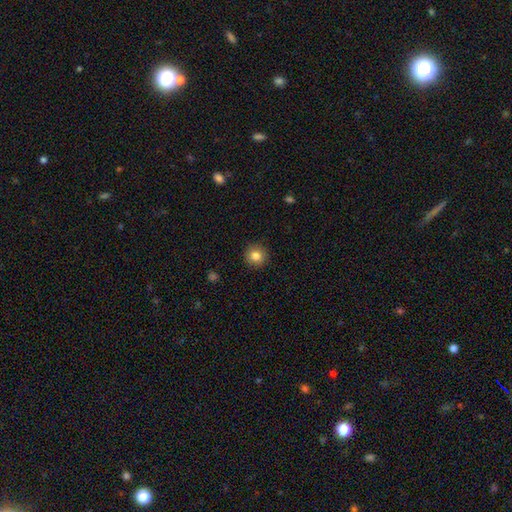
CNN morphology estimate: Smooth or featured: smooth — 83% (star or artifact — 11%)
How rounded: round — 92% (in between — 7%)
Merging: none — 91% (minor disturbance — 6%)